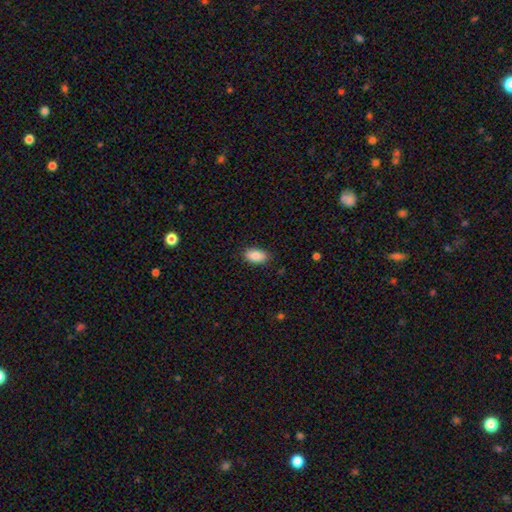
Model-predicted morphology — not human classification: Smooth or featured? smooth (88%)
How rounded? in between (92%)
Merging? none (85%)